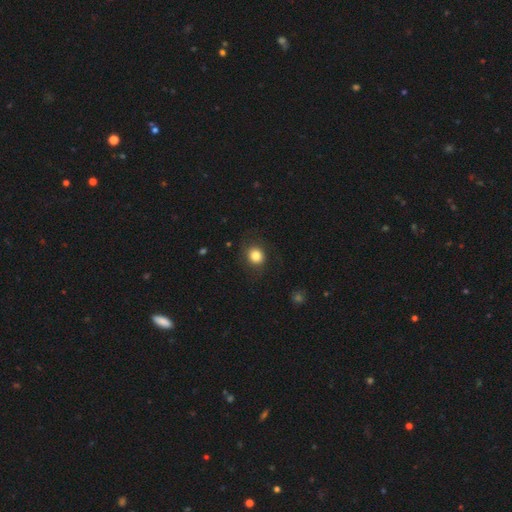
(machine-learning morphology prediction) Smooth or featured: smooth — 83% (star or artifact — 10%)
How rounded: round — 75% (in between — 24%)
Merging: none — 82% (minor disturbance — 12%)